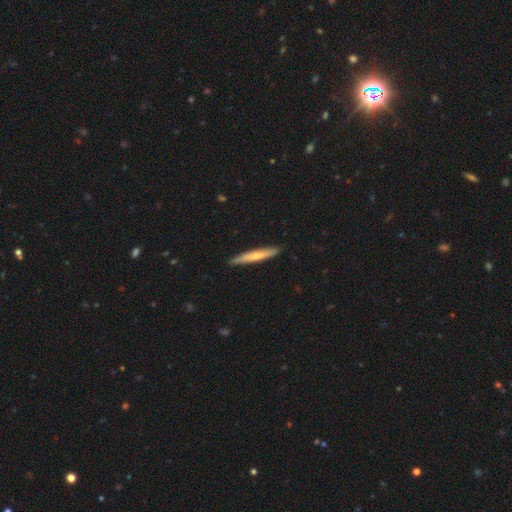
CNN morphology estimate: Smooth or featured: smooth — 64% (featured or disk — 31%)
How rounded: cigar-shaped — 95% (in between — 4%)
Merging: none — 90% (minor disturbance — 8%)